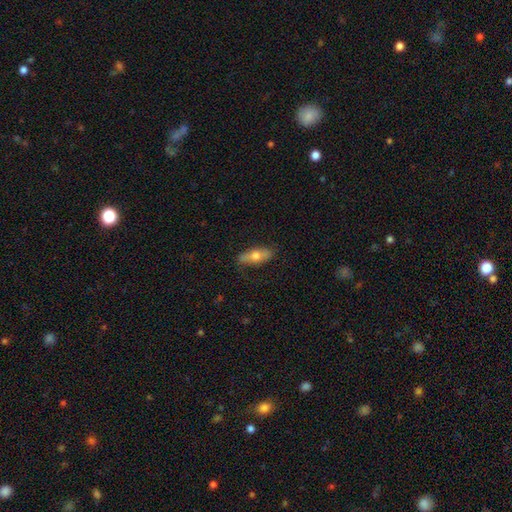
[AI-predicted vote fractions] Smooth or featured? smooth (61%)
How rounded? in between (67%)
Merging? none (81%)